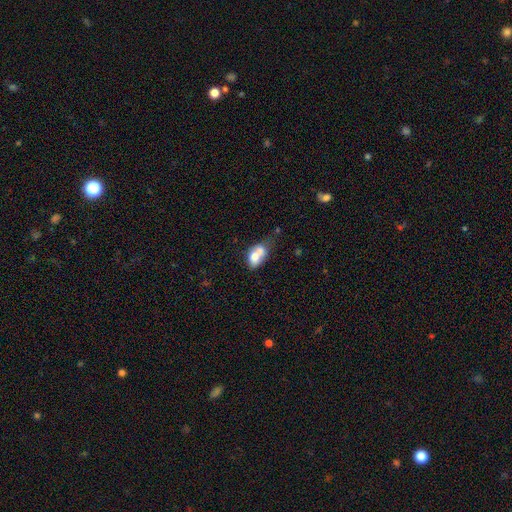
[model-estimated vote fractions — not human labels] Smooth or featured? Predicted: smooth (p=0.68). How rounded? Predicted: in between (p=0.79). Merging? Predicted: merger (p=0.50).